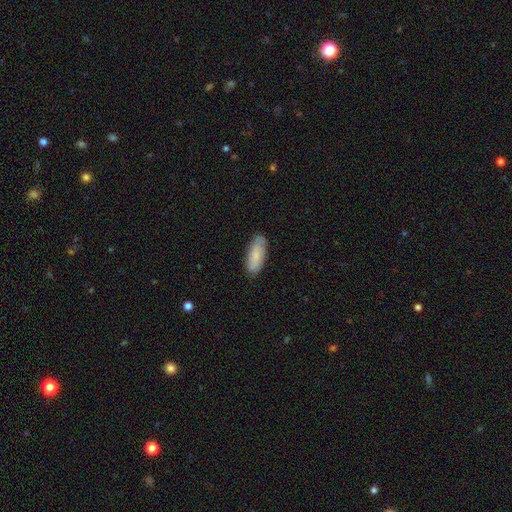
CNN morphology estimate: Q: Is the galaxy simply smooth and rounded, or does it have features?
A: smooth — 73%.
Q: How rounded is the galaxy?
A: in between — 78%.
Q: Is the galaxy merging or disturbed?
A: none — 82%.